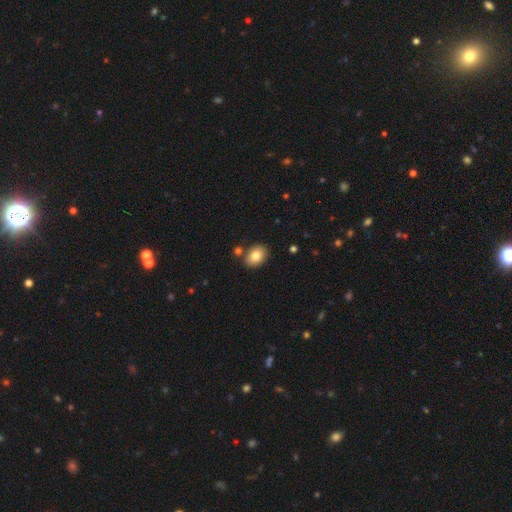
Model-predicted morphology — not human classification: type=smooth (82%); roundness=in between (70%); merging=none (79%).